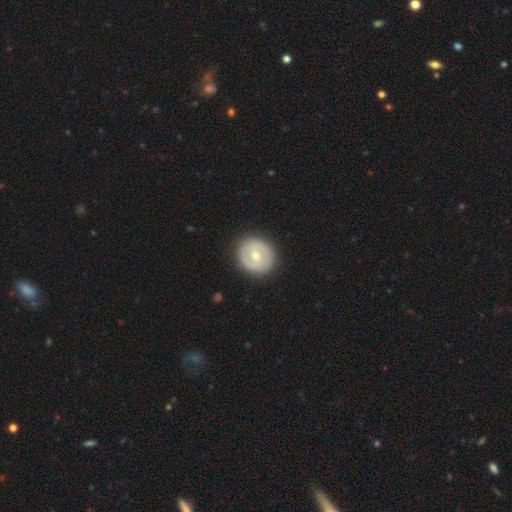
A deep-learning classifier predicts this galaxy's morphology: This is possibly a featured or disk galaxy (50%). Merging: clearly none (87%).